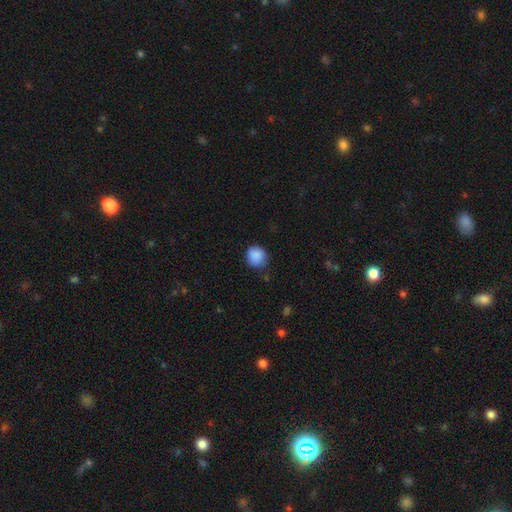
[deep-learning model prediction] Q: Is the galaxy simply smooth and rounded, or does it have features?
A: smooth — 88%.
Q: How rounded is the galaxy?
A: round — 84%.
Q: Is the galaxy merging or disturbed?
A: none — 78%.